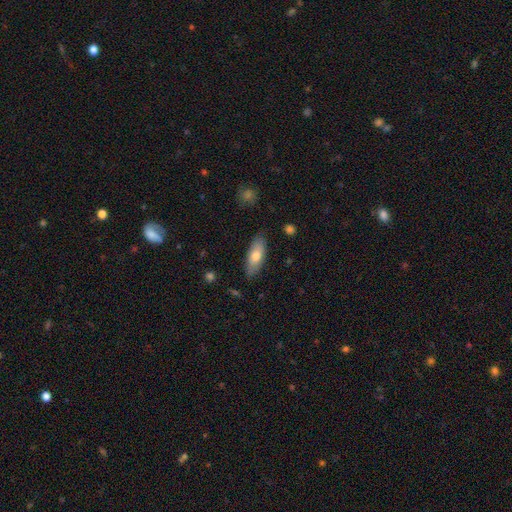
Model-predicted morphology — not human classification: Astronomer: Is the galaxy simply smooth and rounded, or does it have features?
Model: smooth — 72%.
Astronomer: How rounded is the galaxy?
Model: in between — 74%.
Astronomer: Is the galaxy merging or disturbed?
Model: none — 84%.